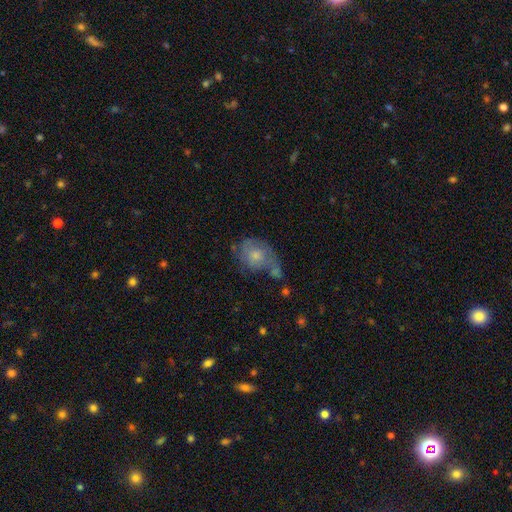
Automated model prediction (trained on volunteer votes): smooth-or-featured: smooth: 56% | featured or disk: 36% | star or artifact: 8%
  how-rounded: in between: 61% | round: 37% | cigar-shaped: 2%
  merging: none: 32% | minor disturbance: 27% | major disturbance: 23% | merger: 19%